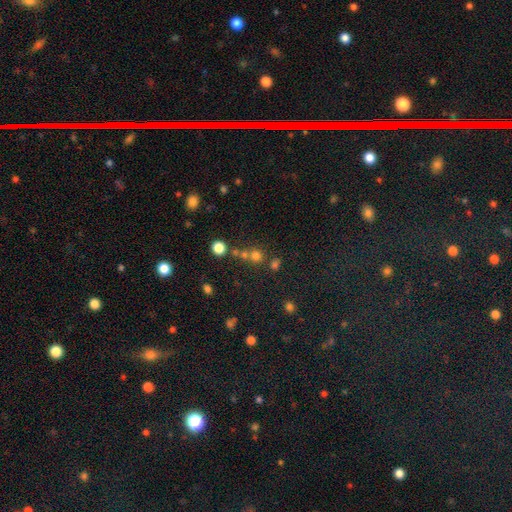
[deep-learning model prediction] A smooth galaxy with no disk features (67%) that is round (89%). Merging: none (59%).